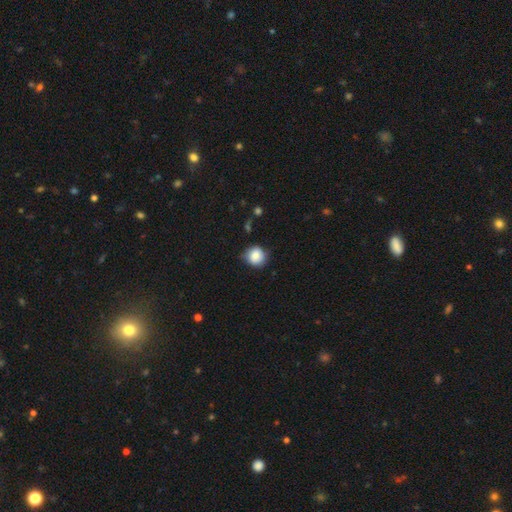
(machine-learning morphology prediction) This appears to be a smooth galaxy with no disk features (82%) that is round (87%). Merging: none (72%).